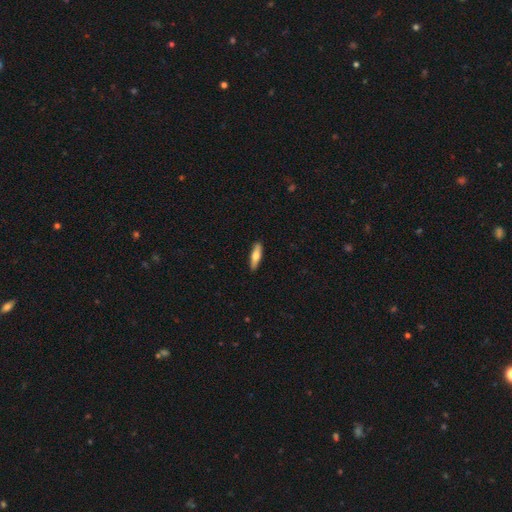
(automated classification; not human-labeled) smooth_or_featured: smooth (p=0.68) [alt: featured or disk p=0.27]
how_rounded: cigar-shaped (p=0.68) [alt: in between p=0.30]
merging: none (p=0.90) [alt: minor disturbance p=0.08]